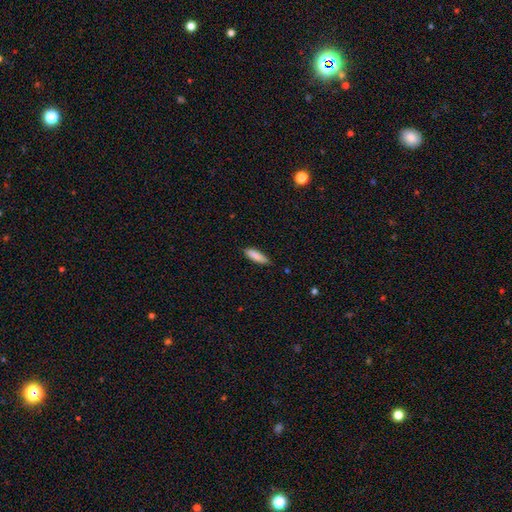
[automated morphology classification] A smooth galaxy with no disk features (87%) that is cigar-shaped (53%).

Vote fractions:
- Smooth or featured? smooth: 87% / featured or disk: 7% / star or artifact: 6%
- How rounded? cigar-shaped: 53% / in between: 45% / round: 1%
- Merging? none: 81% / minor disturbance: 15% / major disturbance: 2% / merger: 1%